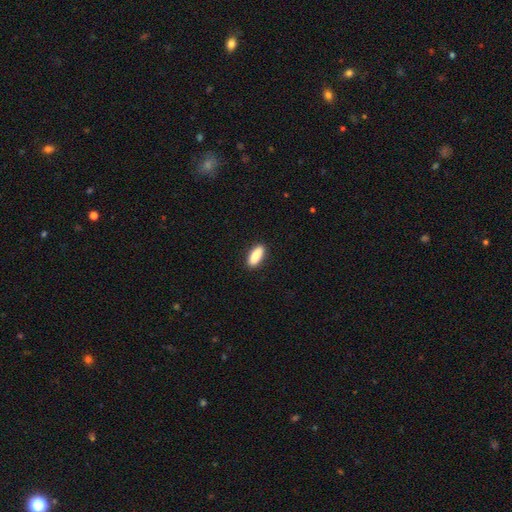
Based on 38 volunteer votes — Smooth or featured? 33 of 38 (87%) said smooth. How rounded? 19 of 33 (58%) said in between. Merging? 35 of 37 (95%) said none.